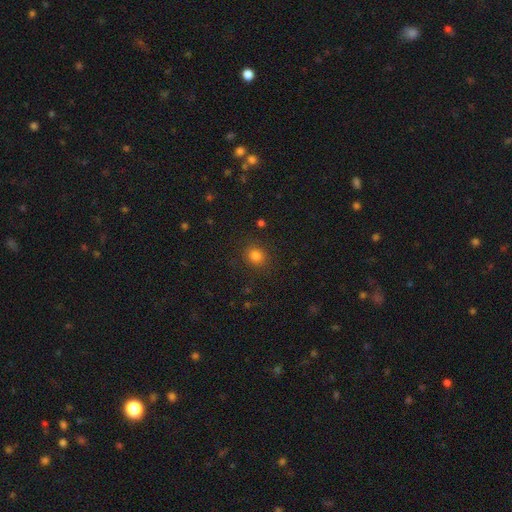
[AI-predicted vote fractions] A smooth galaxy with no disk features (81%) that is round (73%).

Vote fractions:
- Smooth or featured? smooth: 81% / star or artifact: 13% / featured or disk: 5%
- How rounded? round: 73% / in between: 26% / cigar-shaped: 1%
- Merging? none: 87% / minor disturbance: 9% / major disturbance: 3% / merger: 1%